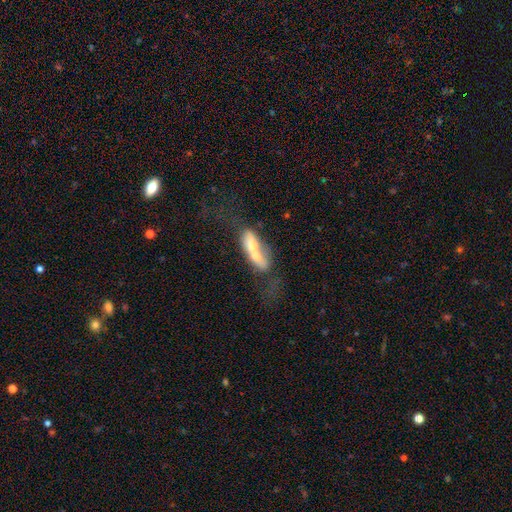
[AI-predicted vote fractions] Overall: smooth (53%; featured or disk 39%). How rounded: in between (64%; cigar-shaped 31%). Merging: merger (65%).